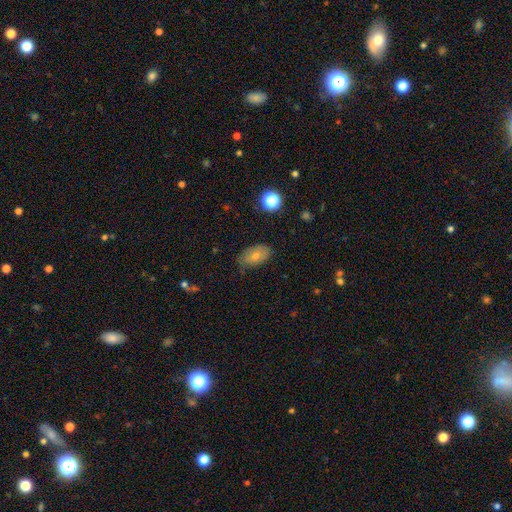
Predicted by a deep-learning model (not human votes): A smooth galaxy with no disk features (71%) that is in between round and cigar-shaped (90%). Merging: none (68%).